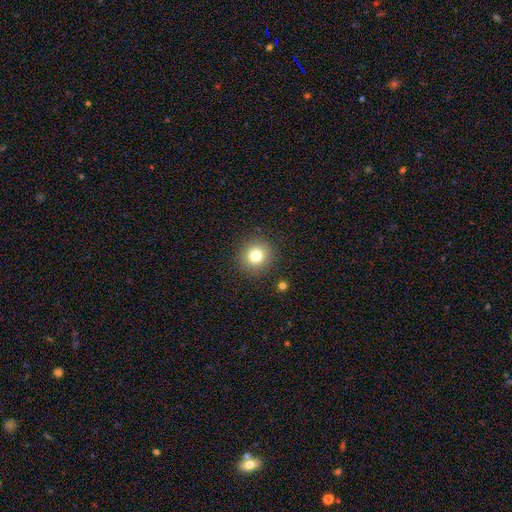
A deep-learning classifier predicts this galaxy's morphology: type=smooth (79%); roundness=round (92%); merging=none (90%).